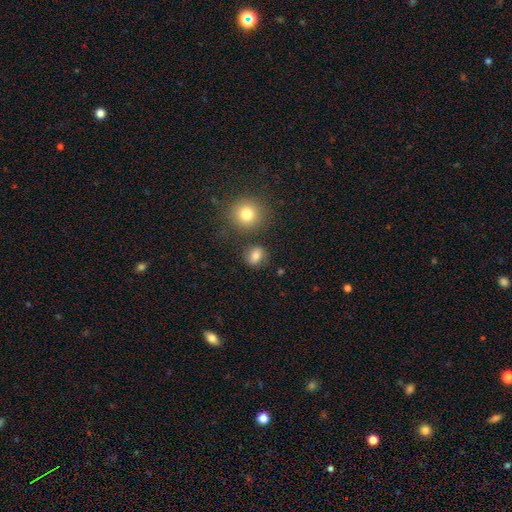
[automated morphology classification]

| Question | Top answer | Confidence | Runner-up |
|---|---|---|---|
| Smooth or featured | smooth | 78% | star or artifact (13%) |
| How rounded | round | 63% | in between (36%) |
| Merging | none | 78% | minor disturbance (12%) |